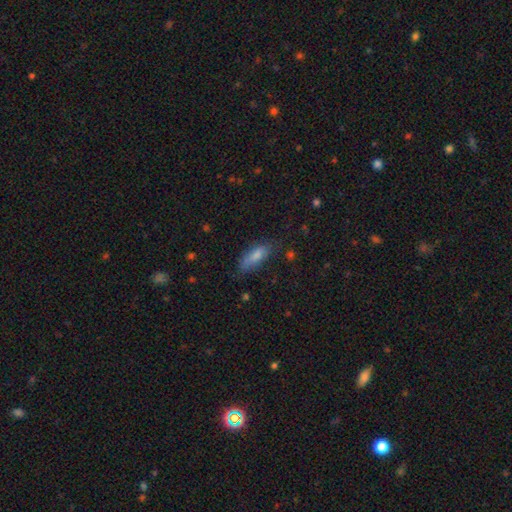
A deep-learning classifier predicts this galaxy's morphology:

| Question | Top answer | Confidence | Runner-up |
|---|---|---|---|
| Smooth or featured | smooth | 78% | featured or disk (14%) |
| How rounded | in between | 64% | cigar-shaped (34%) |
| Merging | none | 66% | minor disturbance (25%) |